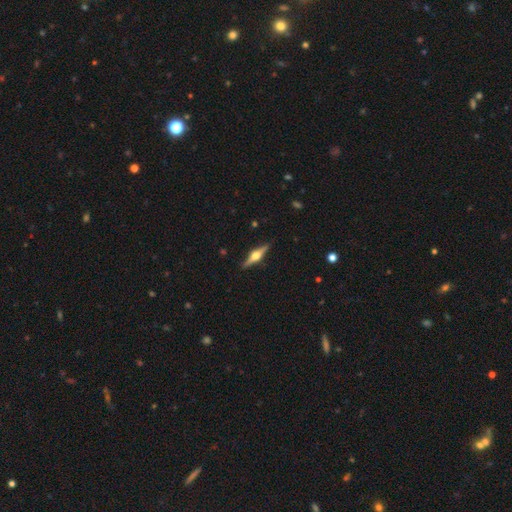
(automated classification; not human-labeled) smooth_or_featured: featured or disk (p=0.79) [alt: smooth p=0.15]
disk_edge_on: yes (p=0.98) [alt: no p=0.02]
edge_on_bulge: rounded (p=0.95) [alt: boxy p=0.04]
merging: none (p=0.90) [alt: minor disturbance p=0.07]